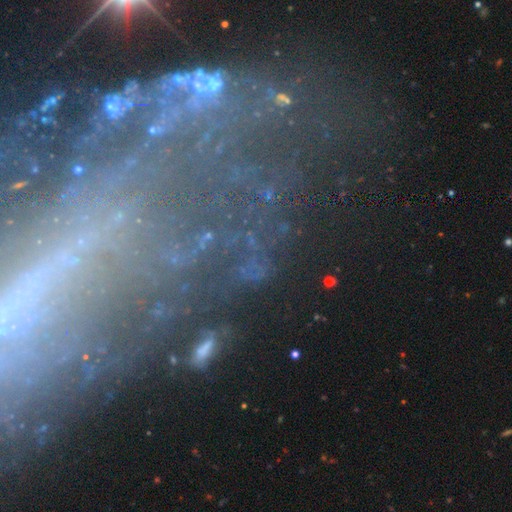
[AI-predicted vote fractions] A featured or disk galaxy (48%).

Vote fractions:
- Smooth or featured? featured or disk: 48% / star or artifact: 36% / smooth: 15%
- Merging? none: 63% / major disturbance: 15% / minor disturbance: 15% / merger: 6%